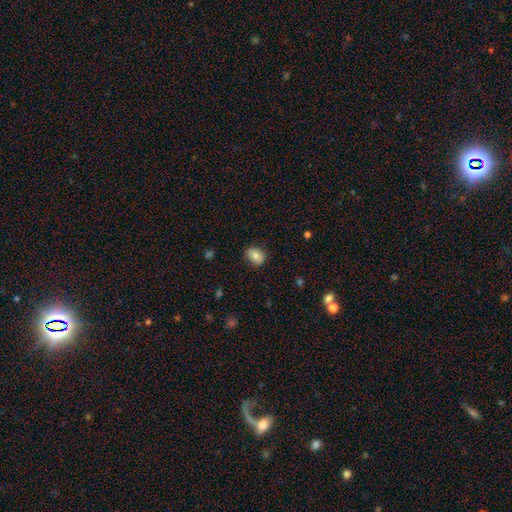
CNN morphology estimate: smooth-or-featured: smooth: 79% | featured or disk: 13% | star or artifact: 8%
  how-rounded: in between: 63% | round: 36% | cigar-shaped: 1%
  merging: none: 81% | minor disturbance: 15% | major disturbance: 3% | merger: 1%